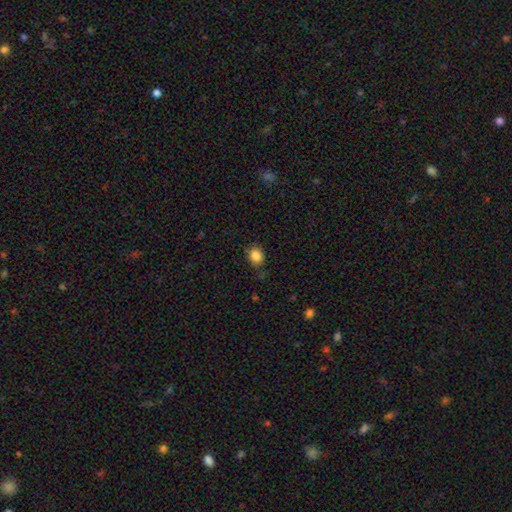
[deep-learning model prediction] smooth 86%, star or artifact 10%, featured or disk 4%. Down the decision tree: how rounded — round (60%); merging — none (80%).